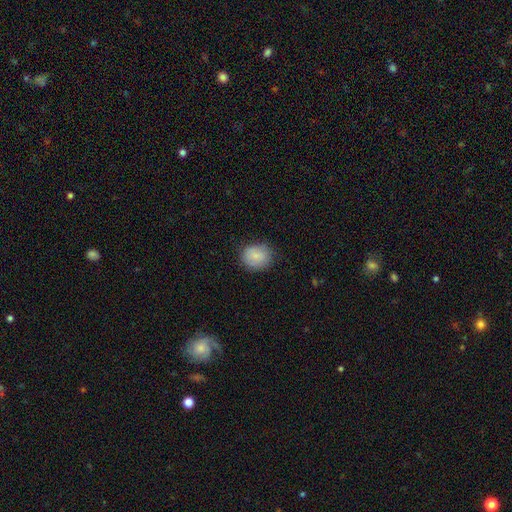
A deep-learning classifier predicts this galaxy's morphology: Smooth or featured? Predicted: smooth (p=0.84). How rounded? Predicted: round (p=0.69). Merging? Predicted: none (p=0.79).